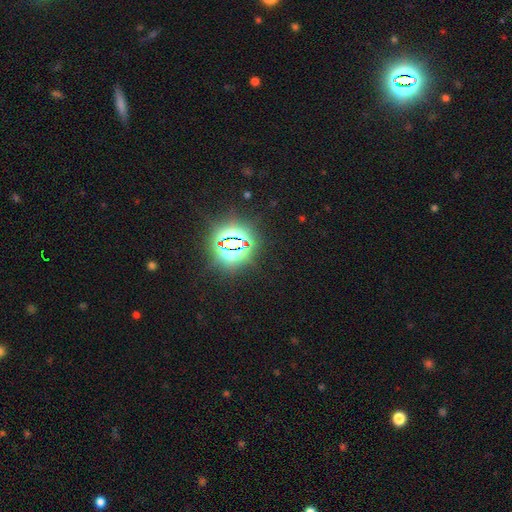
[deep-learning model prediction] Overall: star or artifact (82%).